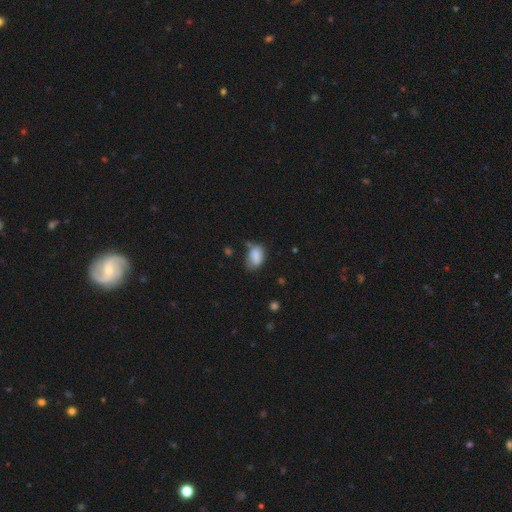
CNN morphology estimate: Smooth or featured?
  - smooth: 83% *
  - star or artifact: 9%
  - featured or disk: 8%
How rounded?
  - in between: 85% *
  - round: 14%
  - cigar-shaped: 1%
Merging?
  - none: 49% *
  - minor disturbance: 34%
  - major disturbance: 11%
  - merger: 6%